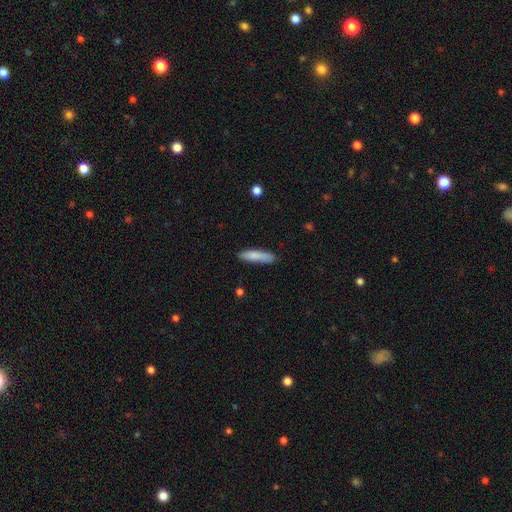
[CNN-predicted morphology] This is clearly a smooth galaxy (83%). How rounded: likely cigar-shaped (78%). Merging: likely none (79%).